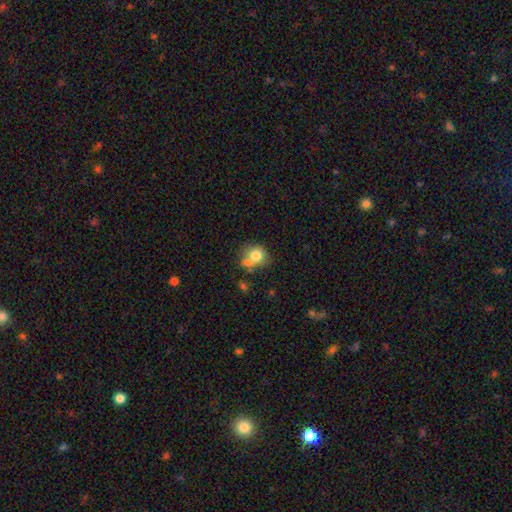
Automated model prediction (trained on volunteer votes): Smooth or featured? Predicted: smooth (p=0.75). How rounded? Predicted: round (p=0.74). Merging? Predicted: none (p=0.43).